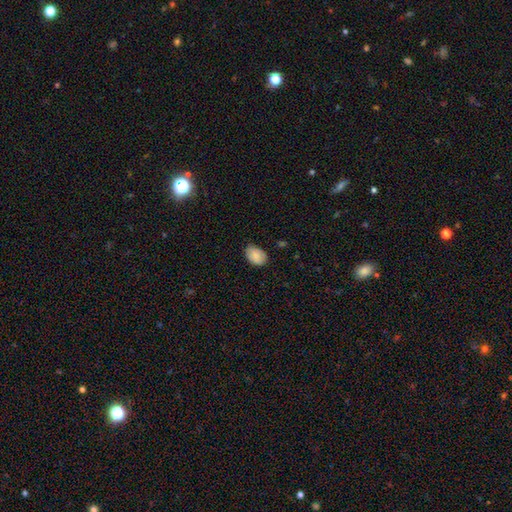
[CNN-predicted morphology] A smooth galaxy with no disk features (85%) that is in between round and cigar-shaped (85%). Merging: none (78%).